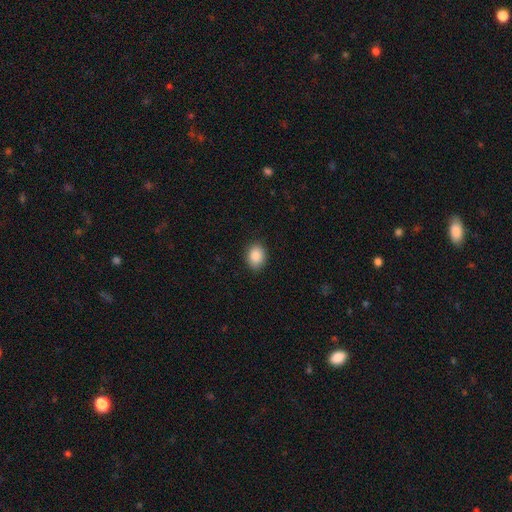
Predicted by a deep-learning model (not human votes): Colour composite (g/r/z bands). It shows a smooth galaxy with no disk features (88%) that is in between round and cigar-shaped (61%). Merging: none (88%).